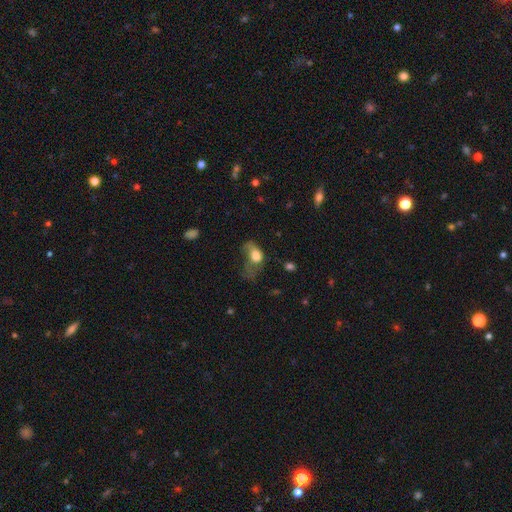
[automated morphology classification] smooth 70%, featured or disk 21%, star or artifact 9%. Down the decision tree: how rounded — in between (76%); merging — major disturbance (60%).